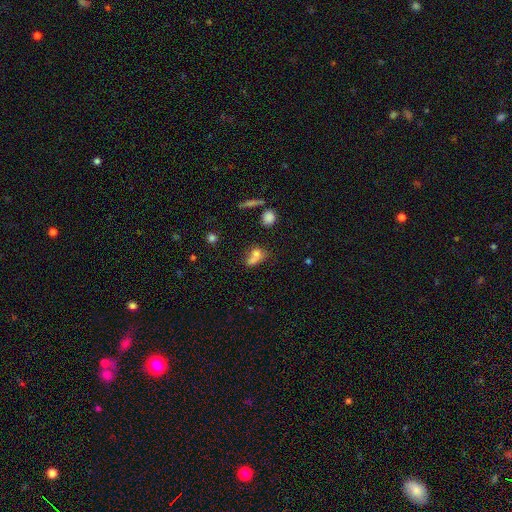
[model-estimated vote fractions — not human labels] smooth_or_featured: smooth (p=0.69) [alt: featured or disk p=0.16]
how_rounded: in between (p=0.58) [alt: round p=0.34]
merging: merger (p=0.49) [alt: none p=0.28]